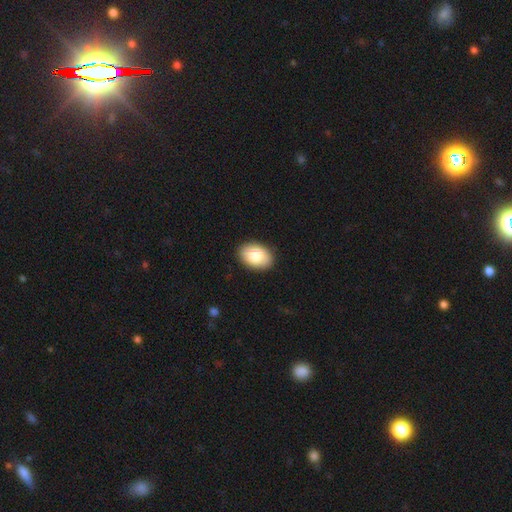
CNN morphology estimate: Q: Smooth or featured?
A: smooth (82%); runner-up: featured or disk (12%)
Q: How rounded?
A: in between (87%); runner-up: round (11%)
Q: Merging?
A: none (89%); runner-up: minor disturbance (8%)